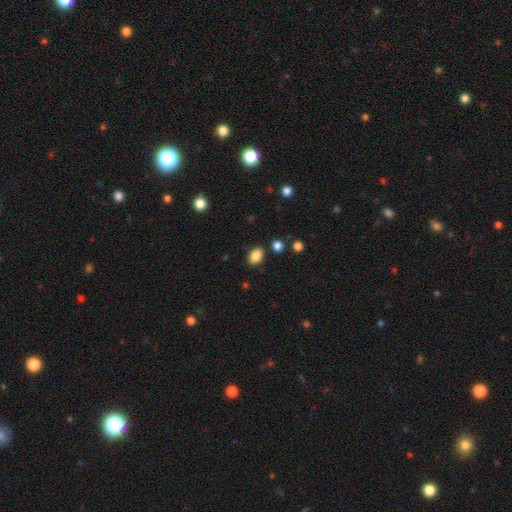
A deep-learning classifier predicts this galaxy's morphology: smooth 87%, star or artifact 9%, featured or disk 4%. Down the decision tree: how rounded — in between (77%); merging — none (84%).